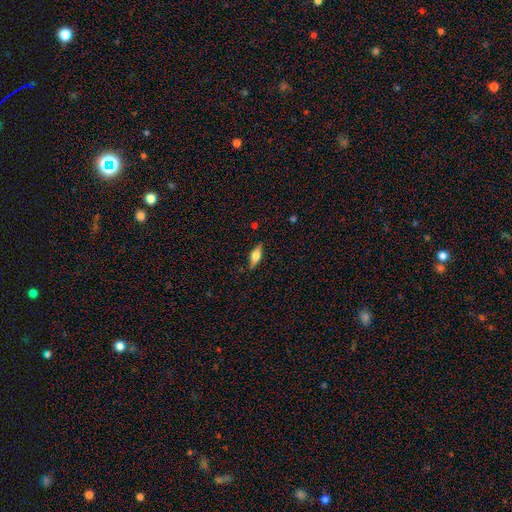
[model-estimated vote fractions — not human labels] Smooth or featured: smooth — 55% (featured or disk — 39%)
How rounded: in between — 68% (cigar-shaped — 29%)
Merging: none — 81% (minor disturbance — 15%)